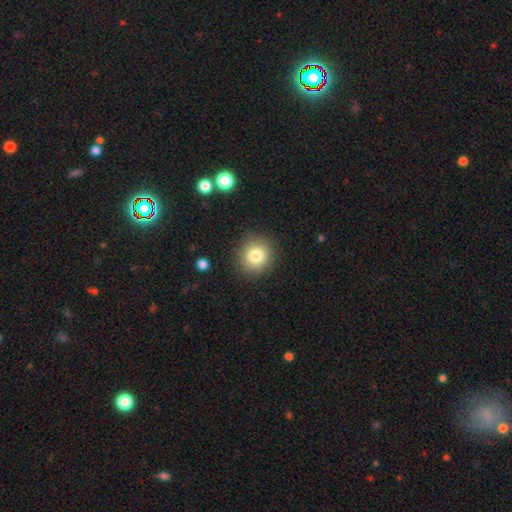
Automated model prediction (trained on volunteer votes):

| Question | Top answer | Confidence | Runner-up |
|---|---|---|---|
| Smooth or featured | smooth | 81% | star or artifact (11%) |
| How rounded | round | 86% | in between (13%) |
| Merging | none | 89% | minor disturbance (7%) |